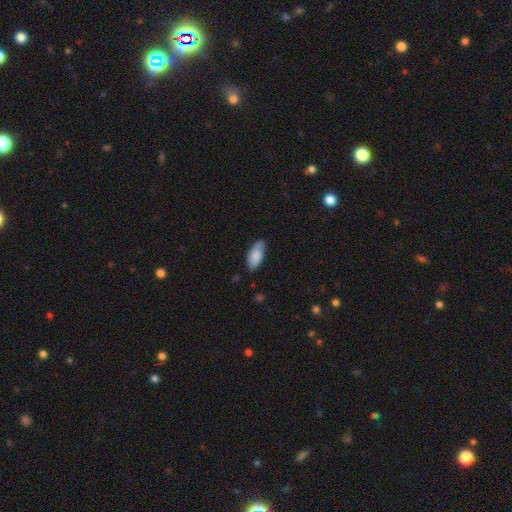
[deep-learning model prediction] This is clearly a smooth galaxy (84%). How rounded: clearly in between (89%). Merging: likely none (74%).